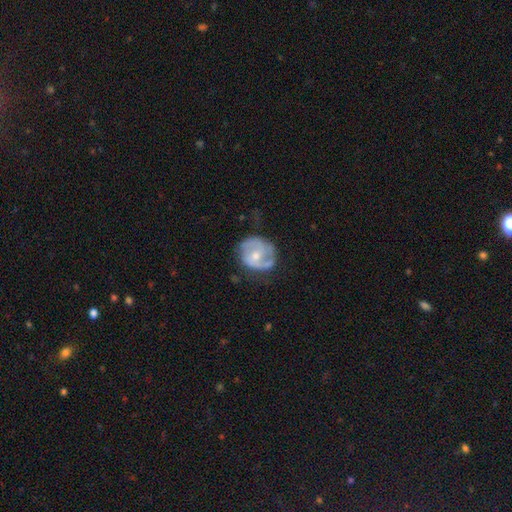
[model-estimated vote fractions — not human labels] Morphology: type=featured or disk (62%); edge-on=no (97%); bar=no (63%); spiral arms=yes (69%); bulge=moderate (56%); merging=none (57%).